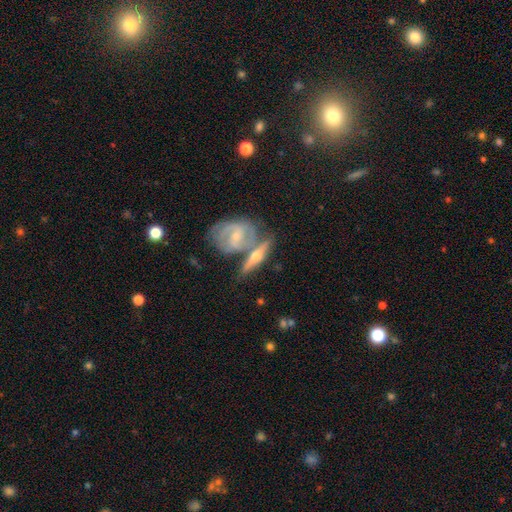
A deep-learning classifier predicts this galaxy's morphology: A featured or disk galaxy (71%) viewed edge-on (66%). Merging: none (49%).